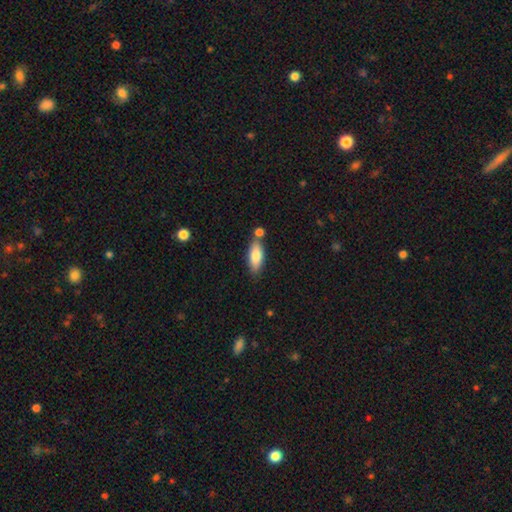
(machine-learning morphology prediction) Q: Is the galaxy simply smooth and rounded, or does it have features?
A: smooth — 80%.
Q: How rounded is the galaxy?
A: in between — 77%.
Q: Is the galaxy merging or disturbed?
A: none — 64%.